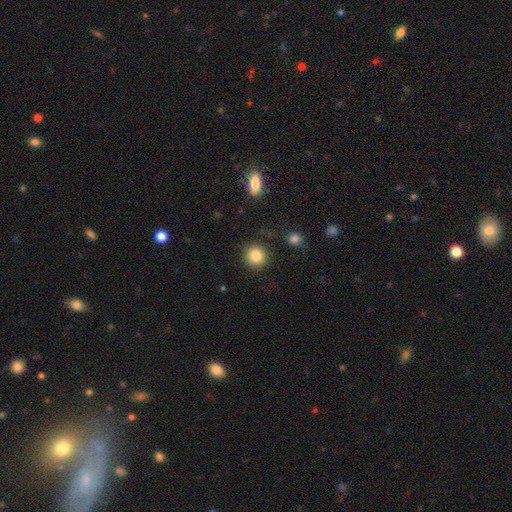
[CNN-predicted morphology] smooth_or_featured: smooth (p=0.85) [alt: star or artifact p=0.09]
how_rounded: round (p=0.92) [alt: in between p=0.07]
merging: none (p=0.90) [alt: minor disturbance p=0.06]